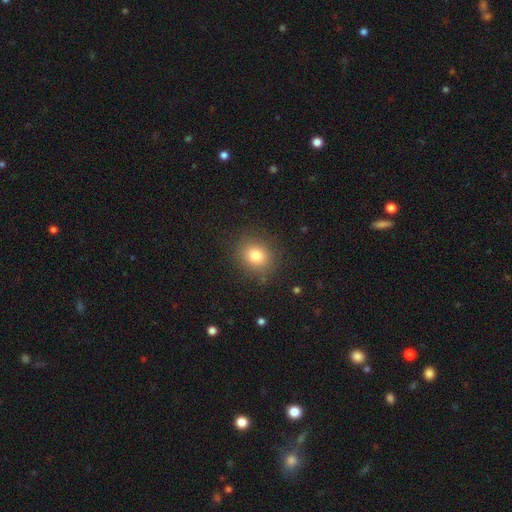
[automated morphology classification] Smooth or featured? Predicted: smooth (p=0.79). How rounded? Predicted: round (p=0.72). Merging? Predicted: none (p=0.87).